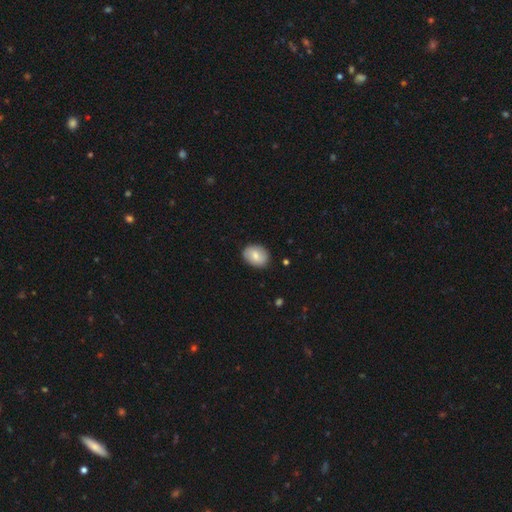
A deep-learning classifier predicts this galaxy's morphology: Smooth or featured?
  - smooth: 76% *
  - featured or disk: 17%
  - star or artifact: 7%
How rounded?
  - in between: 68% *
  - round: 31%
  - cigar-shaped: 1%
Merging?
  - none: 87% *
  - minor disturbance: 10%
  - major disturbance: 2%
  - merger: 1%